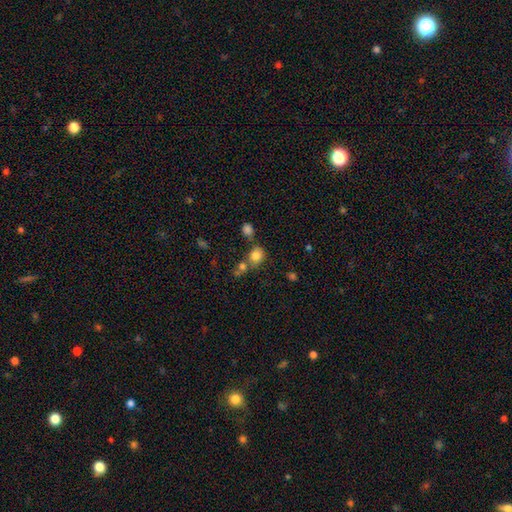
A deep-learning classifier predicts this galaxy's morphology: Smooth or featured? Predicted: smooth (p=0.79). How rounded? Predicted: round (p=0.73). Merging? Predicted: none (p=0.54).